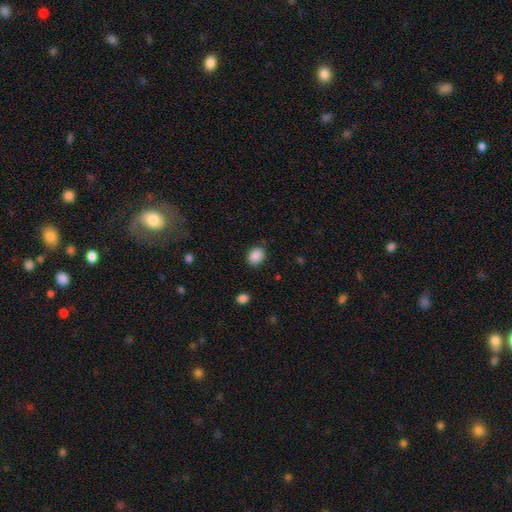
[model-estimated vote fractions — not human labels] smooth-or-featured: smooth: 88% | star or artifact: 9% | featured or disk: 4%
  how-rounded: in between: 54% | round: 45% | cigar-shaped: 1%
  merging: none: 83% | minor disturbance: 12% | major disturbance: 3% | merger: 2%